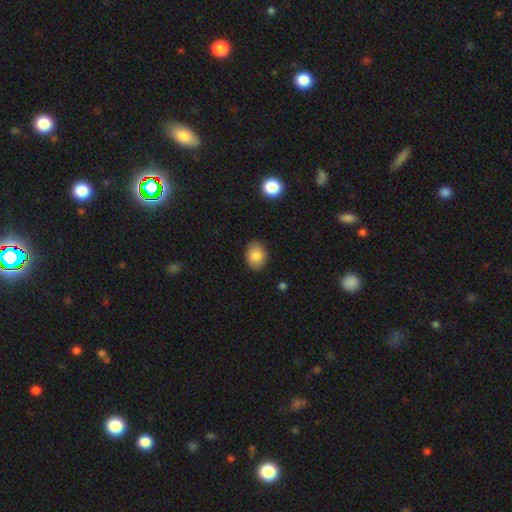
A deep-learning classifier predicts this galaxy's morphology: The model was most divided on "how rounded": in between: 54%, round: 45%, cigar-shaped: 1%. More confident: merging — none (86%); smooth or featured — smooth (84%).